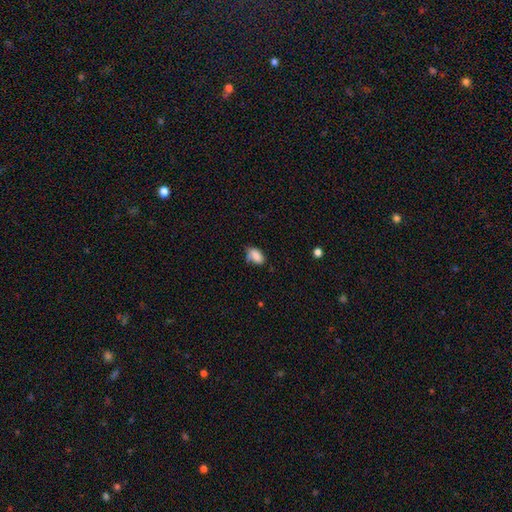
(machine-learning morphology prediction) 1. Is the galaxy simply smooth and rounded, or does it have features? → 83% smooth, 9% star or artifact, 8% featured or disk.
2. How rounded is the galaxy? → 90% in between, 8% round, 2% cigar-shaped.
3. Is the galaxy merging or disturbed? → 53% none, 32% minor disturbance, 10% major disturbance, 6% merger.